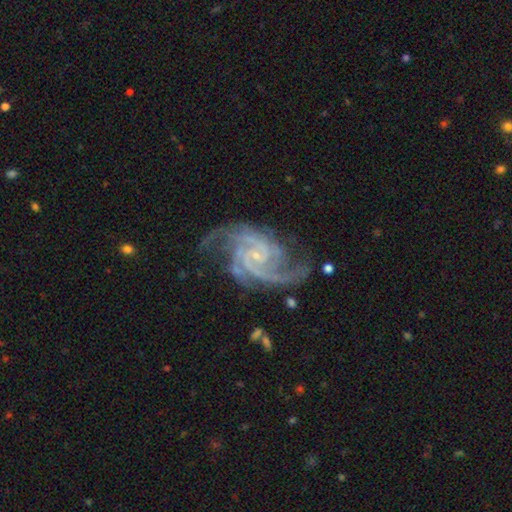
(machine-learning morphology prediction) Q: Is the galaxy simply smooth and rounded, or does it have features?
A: featured or disk — 94%.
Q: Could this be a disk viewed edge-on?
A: no — 98%.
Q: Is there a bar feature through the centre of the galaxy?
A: no — 51%.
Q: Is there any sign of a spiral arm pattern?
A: yes — 99%.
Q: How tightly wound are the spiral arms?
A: medium — 52%.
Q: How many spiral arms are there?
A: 2 — 37%.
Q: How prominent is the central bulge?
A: small — 83%.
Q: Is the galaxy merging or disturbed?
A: none — 66%.